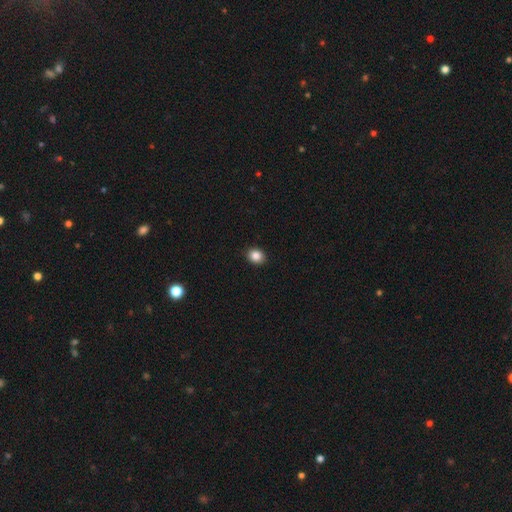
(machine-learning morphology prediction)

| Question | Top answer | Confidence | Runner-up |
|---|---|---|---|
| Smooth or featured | smooth | 86% | star or artifact (10%) |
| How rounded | round | 57% | in between (42%) |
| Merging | none | 91% | minor disturbance (6%) |